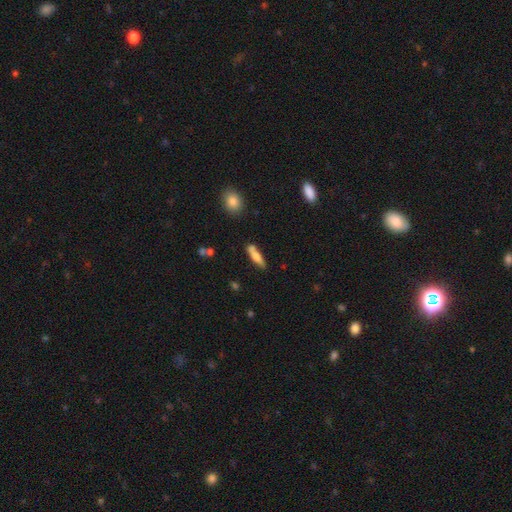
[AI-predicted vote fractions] The model was most divided on "how rounded": cigar-shaped: 68%, in between: 30%, round: 2%. More confident: smooth or featured — smooth (70%); merging — none (66%).